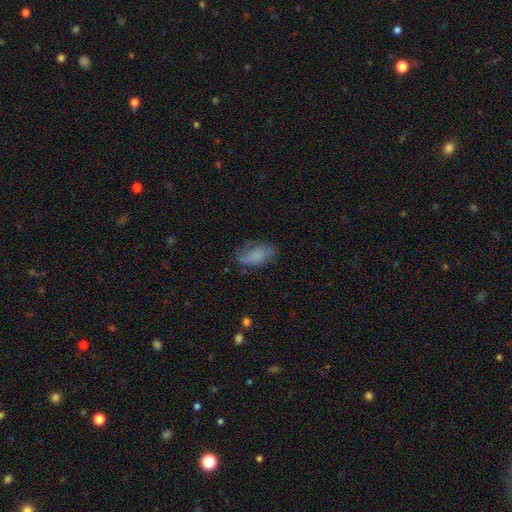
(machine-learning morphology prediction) smooth 70%, featured or disk 21%, star or artifact 9%. Down the decision tree: how rounded — in between (86%); merging — none (62%).